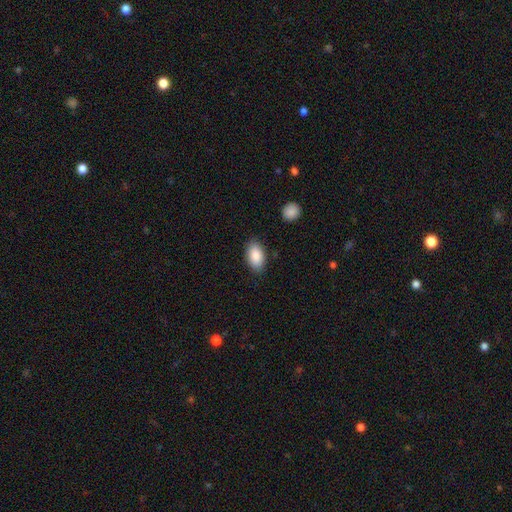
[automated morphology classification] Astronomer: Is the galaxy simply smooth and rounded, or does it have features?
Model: smooth — 88%.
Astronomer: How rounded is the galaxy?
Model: in between — 94%.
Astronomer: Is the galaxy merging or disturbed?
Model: none — 85%.